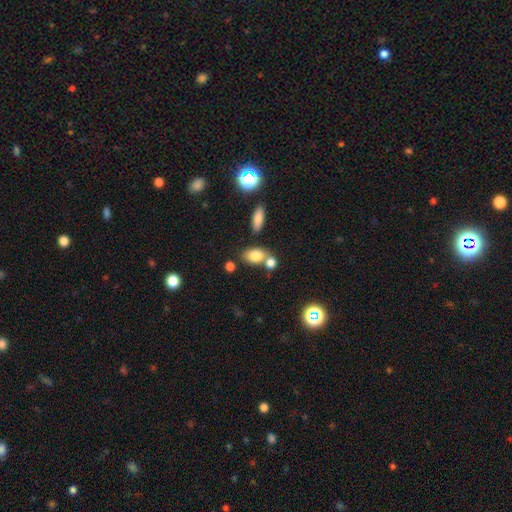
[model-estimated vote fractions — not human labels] Morphology: type=smooth (79%); roundness=in between (80%); merging=none (53%).